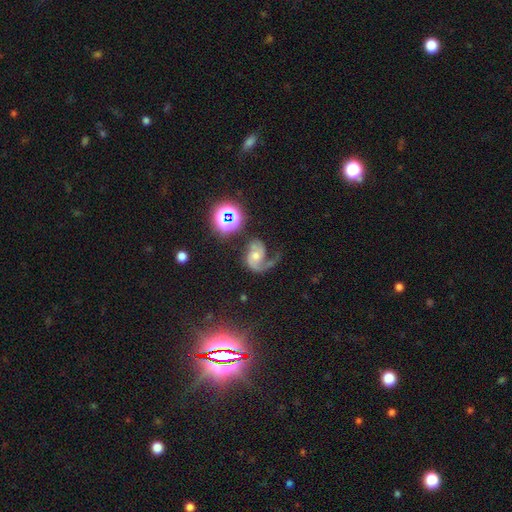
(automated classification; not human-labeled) smooth-or-featured: featured or disk: 79% | star or artifact: 12% | smooth: 9%
  disk-edge-on: no: 98% | yes: 2%
    bar: no: 67% | weak: 25% | strong: 8%
    has-spiral-arms: yes: 95% | no: 5%
      spiral-winding: medium: 43% | loose: 39% | tight: 18%
      spiral-arm-count: 2: 47% | 1: 46% | can't tell: 4% | 3: 2% | 4: 1% | more than 4: 1%
    bulge-size: moderate: 53% | small: 39% | large: 4% | none: 3% | dominant: 1%
  merging: none: 41% | major disturbance: 34% | minor disturbance: 19% | merger: 6%